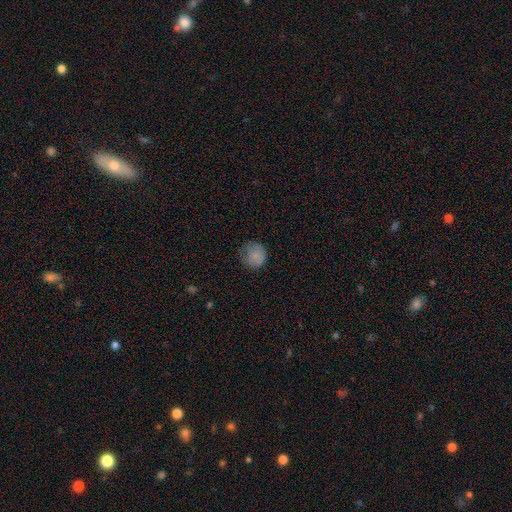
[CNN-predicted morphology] Overall: smooth (81%). How rounded: round (89%). Merging: none (65%).